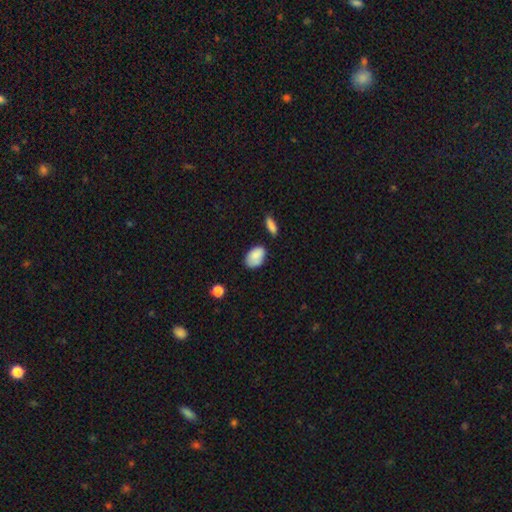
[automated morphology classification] smooth_or_featured: smooth (p=0.83) [alt: featured or disk p=0.10]
how_rounded: in between (p=0.92) [alt: round p=0.07]
merging: none (p=0.62) [alt: minor disturbance p=0.25]